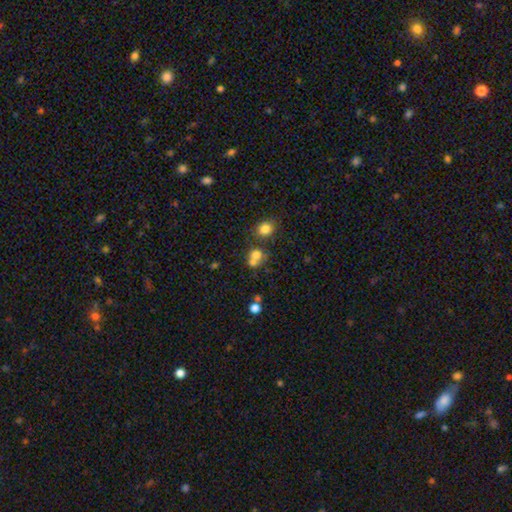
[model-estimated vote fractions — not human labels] This appears to be a smooth galaxy with no disk features (71%) that is round (72%). Merging: merger (50%).